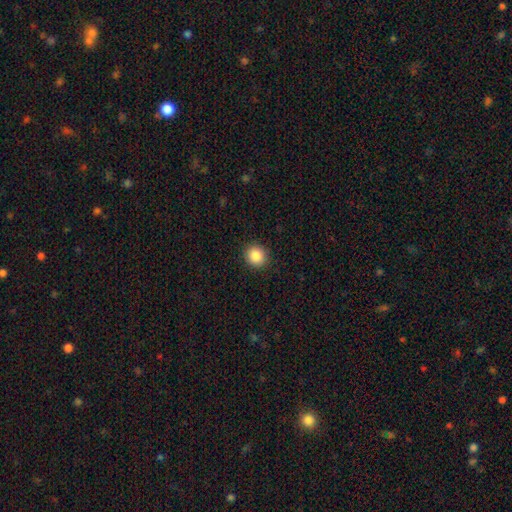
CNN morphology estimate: Q: Smooth or featured?
A: smooth (87%); runner-up: star or artifact (9%)
Q: How rounded?
A: round (86%); runner-up: in between (13%)
Q: Merging?
A: none (91%); runner-up: minor disturbance (6%)